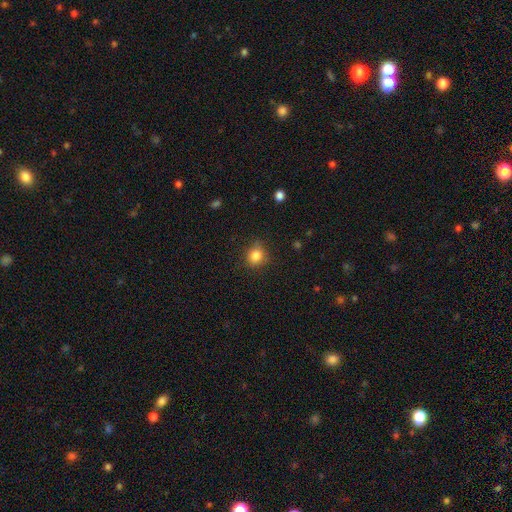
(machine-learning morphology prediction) type=smooth (83%); roundness=round (83%); merging=none (79%).